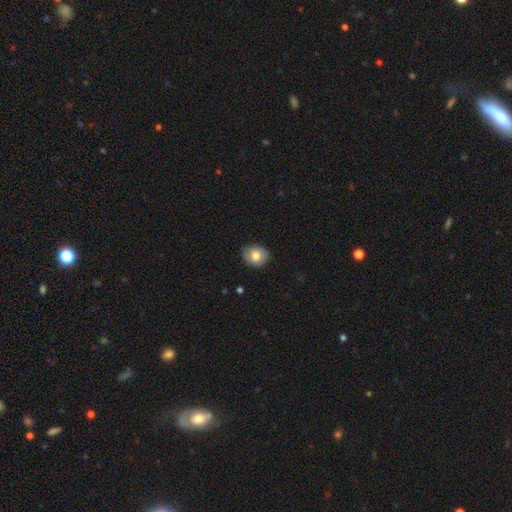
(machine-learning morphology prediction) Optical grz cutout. It shows a smooth galaxy with no disk features (78%) that is round (63%). Merging: none (74%).